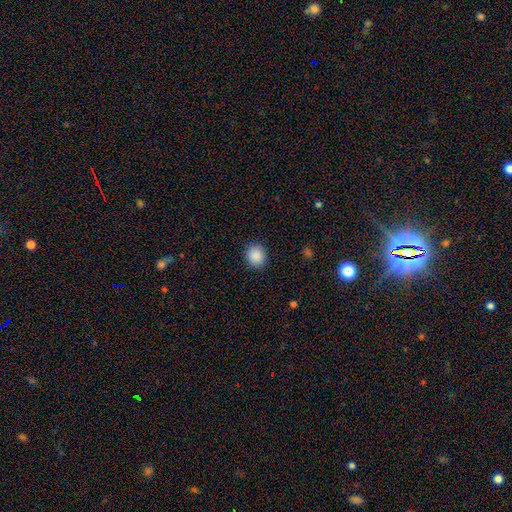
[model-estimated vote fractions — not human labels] Morphology: type=smooth (89%); roundness=round (86%); merging=none (90%).